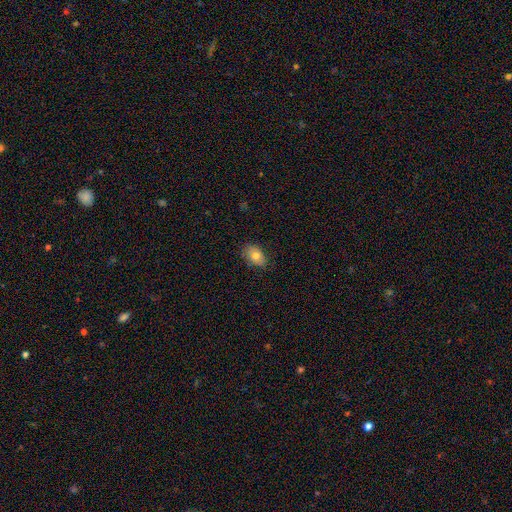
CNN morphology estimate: smooth_or_featured: smooth (p=0.77) [alt: featured or disk p=0.15]
how_rounded: in between (p=0.83) [alt: round p=0.16]
merging: none (p=0.81) [alt: minor disturbance p=0.15]